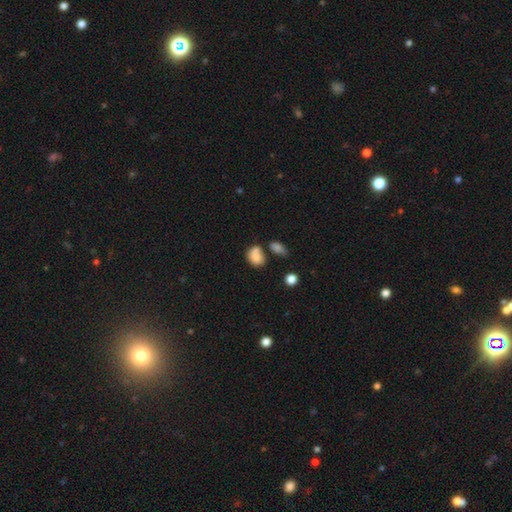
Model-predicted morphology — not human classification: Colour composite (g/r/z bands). It shows a smooth galaxy with no disk features (80%) that is in between round and cigar-shaped (60%). Merging: none (39%).